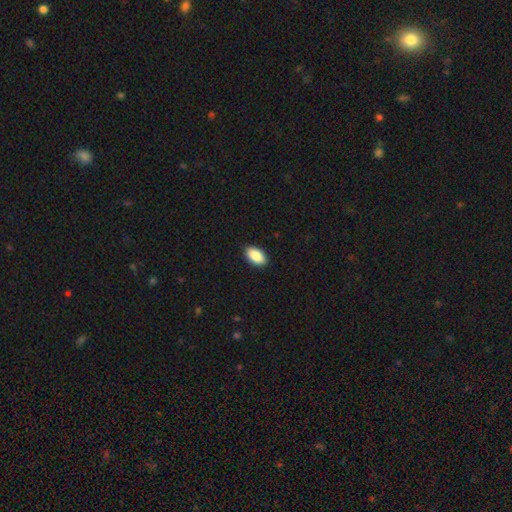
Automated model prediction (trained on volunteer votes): Smooth or featured? smooth (90%)
How rounded? in between (95%)
Merging? none (90%)